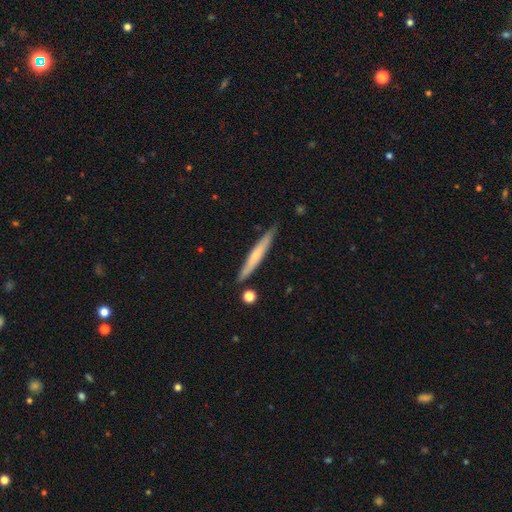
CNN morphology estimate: smooth_or_featured: smooth (p=0.51) [alt: featured or disk p=0.44]
how_rounded: cigar-shaped (p=0.96) [alt: in between p=0.03]
merging: none (p=0.85) [alt: minor disturbance p=0.10]